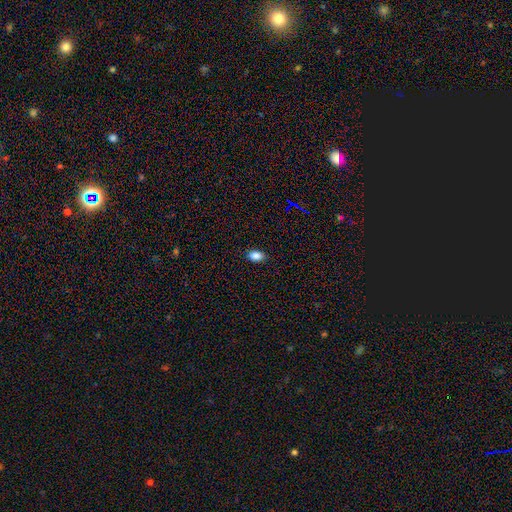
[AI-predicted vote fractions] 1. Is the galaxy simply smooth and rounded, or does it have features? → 86% smooth, 10% star or artifact, 4% featured or disk.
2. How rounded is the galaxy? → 88% in between, 10% round, 2% cigar-shaped.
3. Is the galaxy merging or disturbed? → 88% none, 9% minor disturbance, 2% major disturbance, 1% merger.